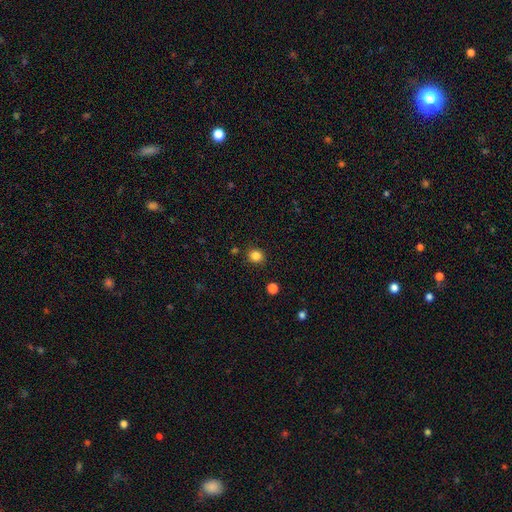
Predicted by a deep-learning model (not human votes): Smooth or featured? smooth (84%)
How rounded? round (81%)
Merging? none (88%)